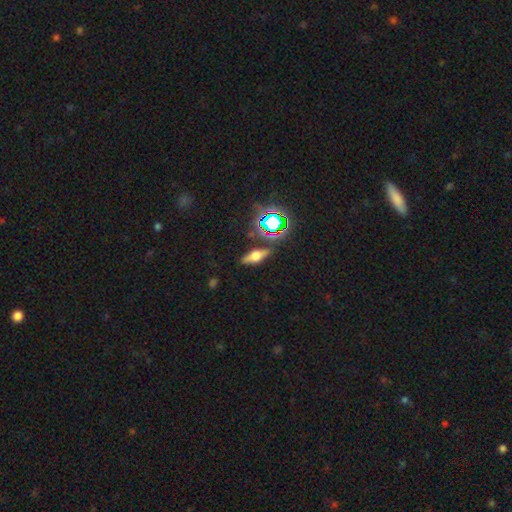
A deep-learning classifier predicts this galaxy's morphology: This is marginally a featured or disk galaxy (40%). Merging: likely none (79%).